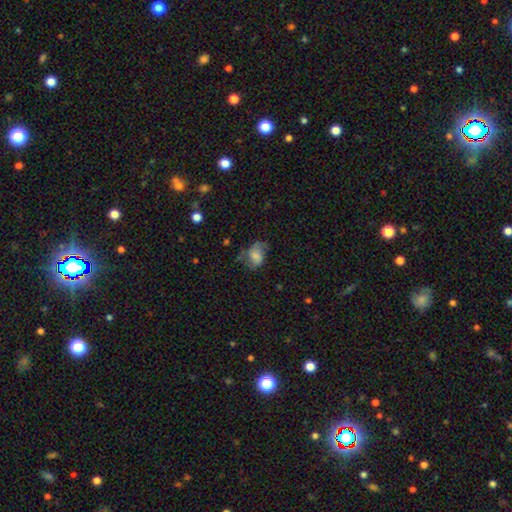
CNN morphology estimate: Smooth or featured: smooth — 58% (featured or disk — 33%)
How rounded: in between — 73% (round — 26%)
Merging: none — 42% (minor disturbance — 31%)